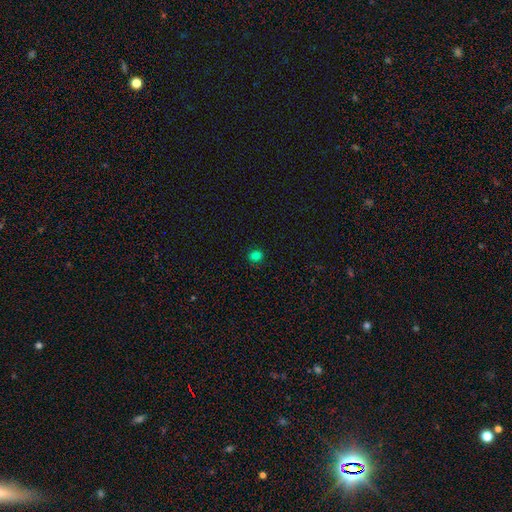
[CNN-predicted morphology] A smooth galaxy with no disk features (80%) that is round (77%). Merging: none (89%).